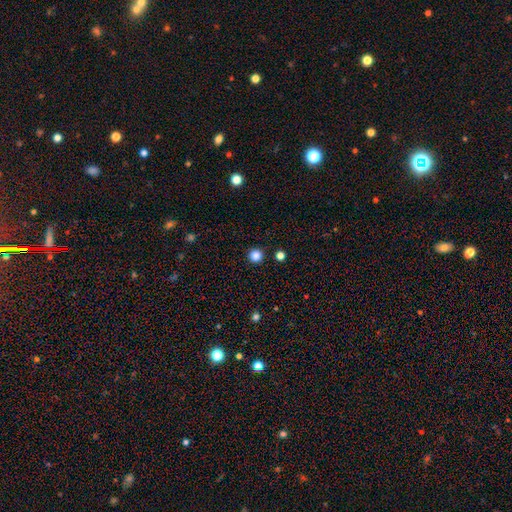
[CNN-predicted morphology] Smooth or featured? Predicted: smooth (p=0.85). How rounded? Predicted: round (p=0.96). Merging? Predicted: none (p=0.93).